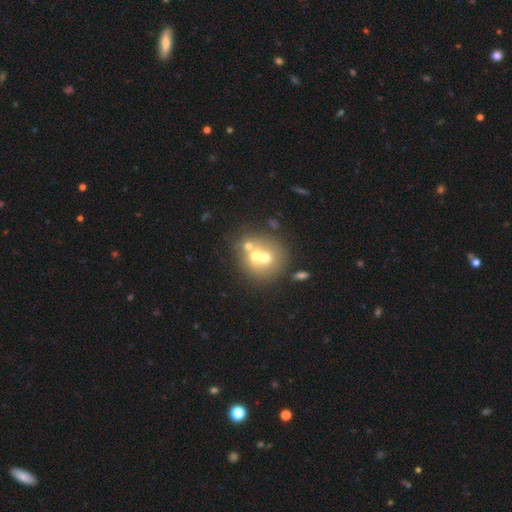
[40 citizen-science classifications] This is likely a smooth galaxy (68%). How rounded: clearly round (89%). Merging: possibly none (46%).